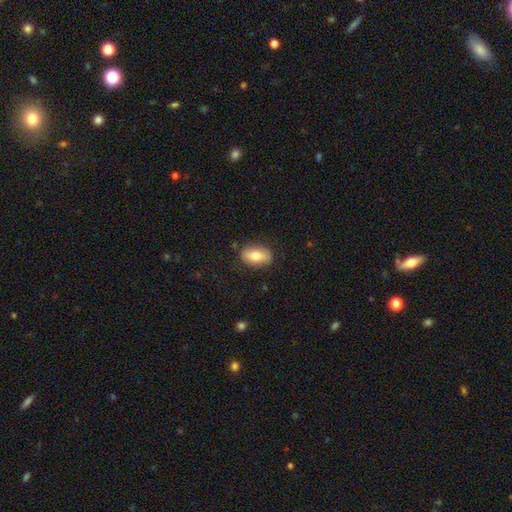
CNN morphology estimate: Smooth or featured?
  - smooth: 73% *
  - featured or disk: 21%
  - star or artifact: 7%
How rounded?
  - in between: 87% *
  - round: 8%
  - cigar-shaped: 5%
Merging?
  - none: 84% *
  - minor disturbance: 12%
  - major disturbance: 3%
  - merger: 1%